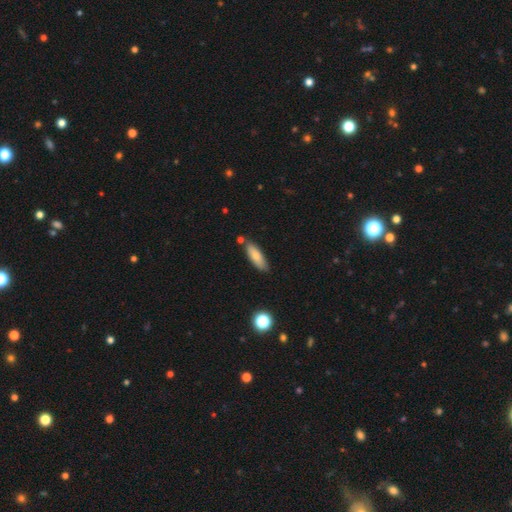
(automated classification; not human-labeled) This appears to be a smooth galaxy with no disk features (75%) that is in between round and cigar-shaped (52%). Merging: none (78%).